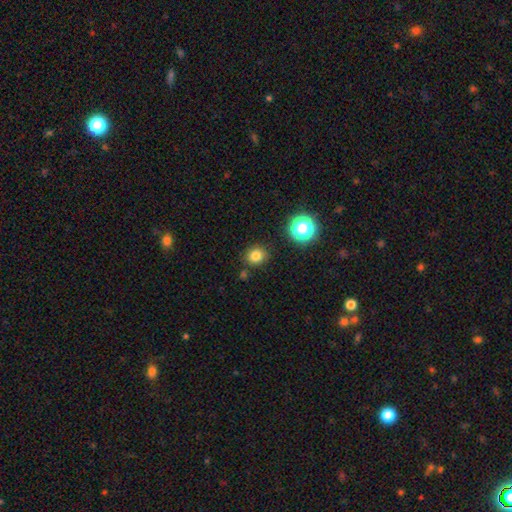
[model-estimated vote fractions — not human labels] Morphology: type=smooth (79%); roundness=round (79%); merging=none (85%).